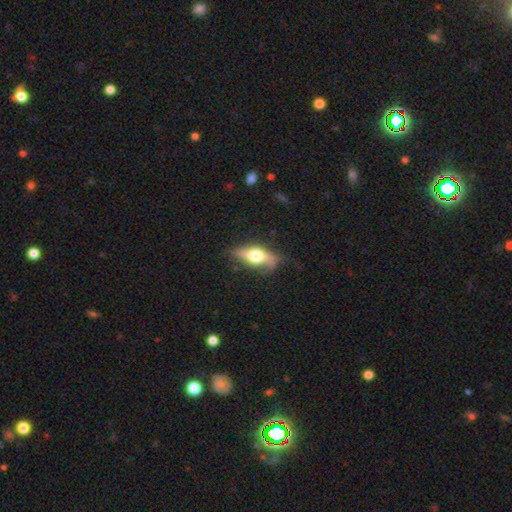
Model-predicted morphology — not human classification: smooth_or_featured: smooth (p=0.49) [alt: featured or disk p=0.45]
merging: none (p=0.60) [alt: minor disturbance p=0.27]